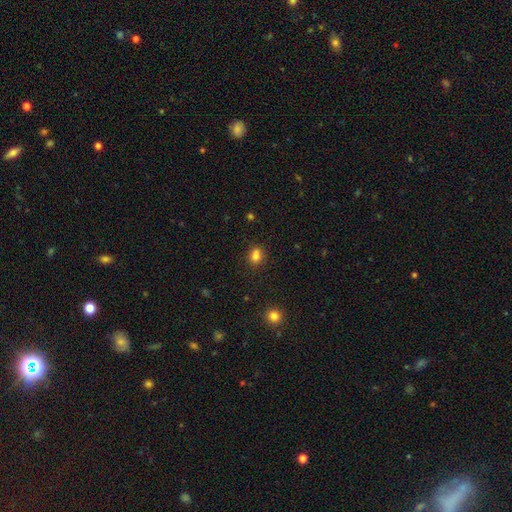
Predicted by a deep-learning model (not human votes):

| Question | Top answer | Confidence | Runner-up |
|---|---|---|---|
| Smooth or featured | smooth | 79% | star or artifact (13%) |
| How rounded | round | 54% | in between (45%) |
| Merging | none | 63% | merger (19%) |